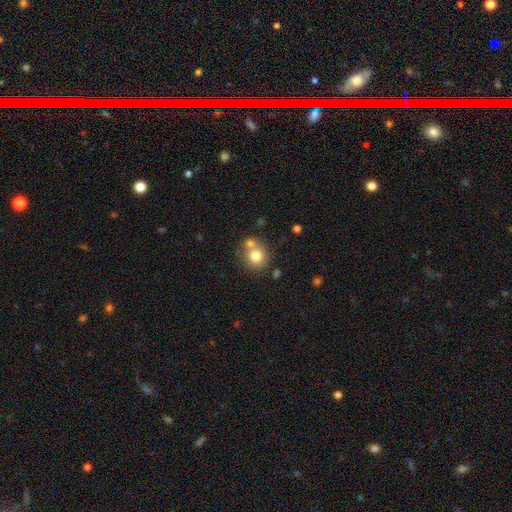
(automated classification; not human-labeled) Morphology: type=smooth (77%); roundness=round (87%); merging=none (59%).